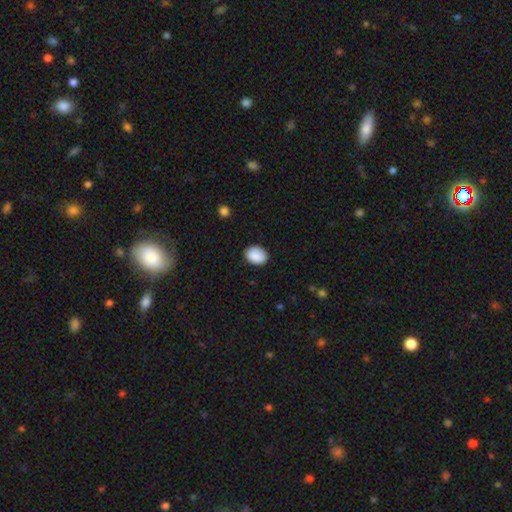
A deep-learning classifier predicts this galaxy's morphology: A smooth galaxy with no disk features (90%) that is in between round and cigar-shaped (68%). Merging: none (86%).